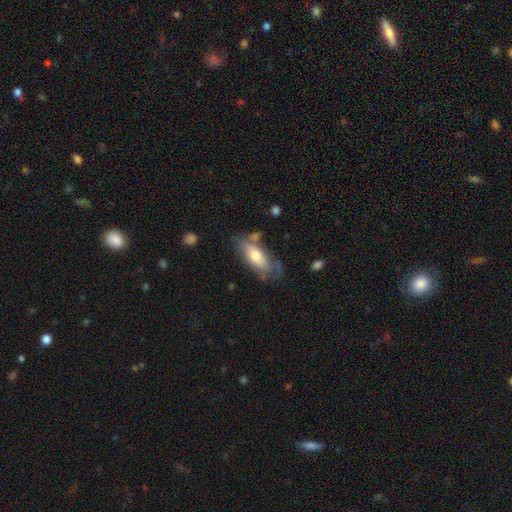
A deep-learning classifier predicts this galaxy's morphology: Smooth or featured? Predicted: smooth (p=0.63). How rounded? Predicted: in between (p=0.75). Merging? Predicted: none (p=0.52).